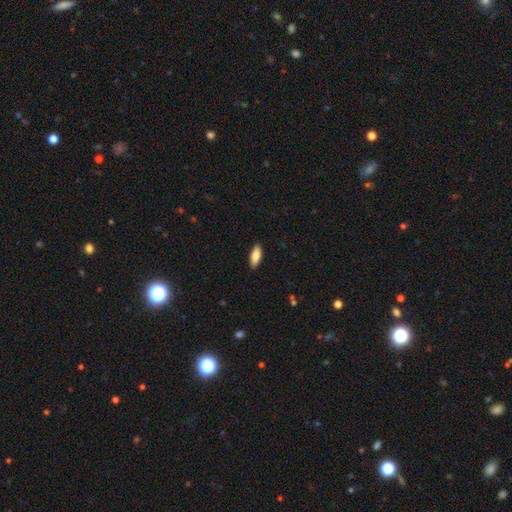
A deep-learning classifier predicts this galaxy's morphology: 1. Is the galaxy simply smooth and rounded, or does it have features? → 84% smooth, 10% featured or disk, 6% star or artifact.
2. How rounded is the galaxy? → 74% in between, 24% cigar-shaped, 2% round.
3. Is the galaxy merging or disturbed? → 89% none, 8% minor disturbance, 2% major disturbance, 1% merger.